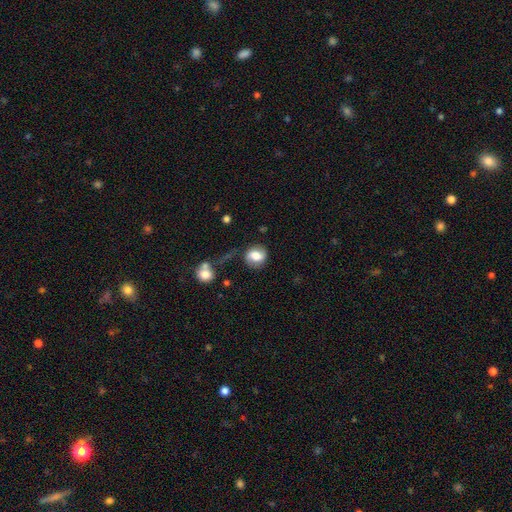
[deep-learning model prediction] Smooth or featured? Predicted: smooth (p=0.58). How rounded? Predicted: round (p=0.56). Merging? Predicted: none (p=0.66).